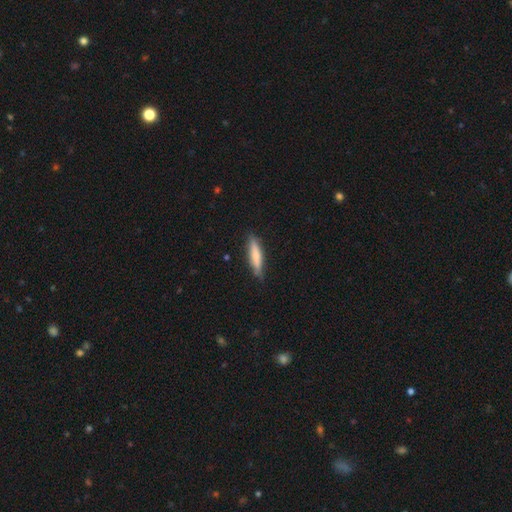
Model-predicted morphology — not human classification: type=smooth (68%); roundness=cigar-shaped (82%); merging=none (83%).